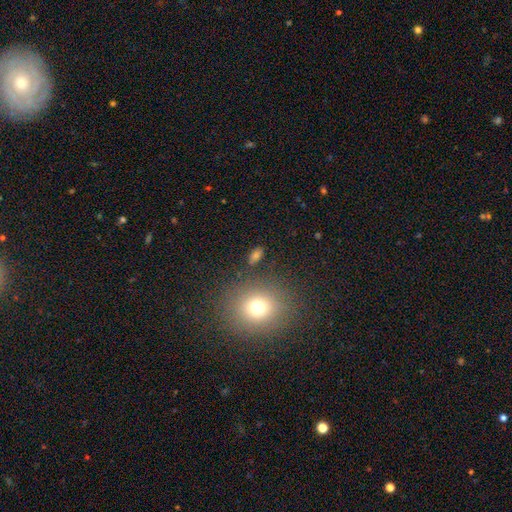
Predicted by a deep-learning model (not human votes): This is likely a smooth galaxy (68%). How rounded: likely in between (64%). Merging: clearly none (83%).